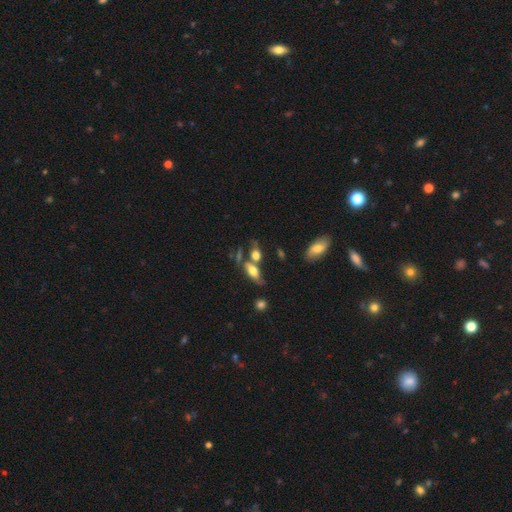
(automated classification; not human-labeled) Overall: smooth (59%; featured or disk 30%). How rounded: in between (69%). Merging: none (42%; merger 35%).